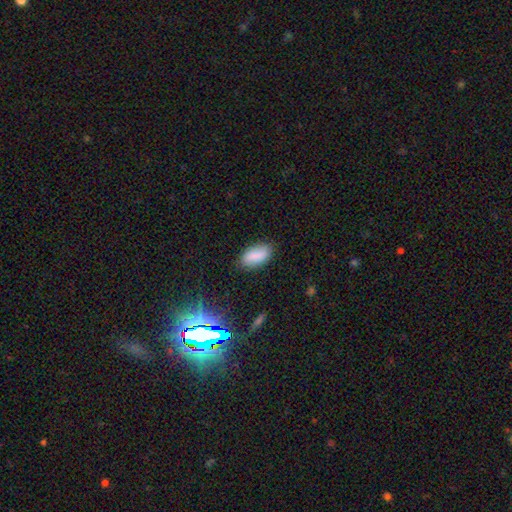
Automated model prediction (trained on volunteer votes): smooth-or-featured: smooth: 84% | star or artifact: 9% | featured or disk: 8%
  how-rounded: in between: 93% | cigar-shaped: 4% | round: 3%
  merging: none: 83% | minor disturbance: 13% | major disturbance: 3% | merger: 1%